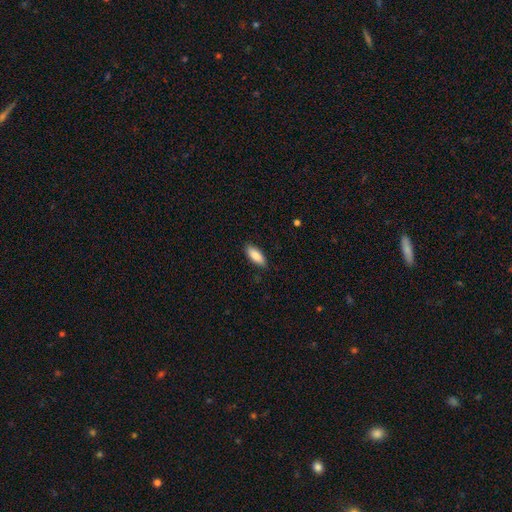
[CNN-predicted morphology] This is clearly a smooth galaxy (87%). How rounded: likely in between (75%). Merging: clearly none (85%).